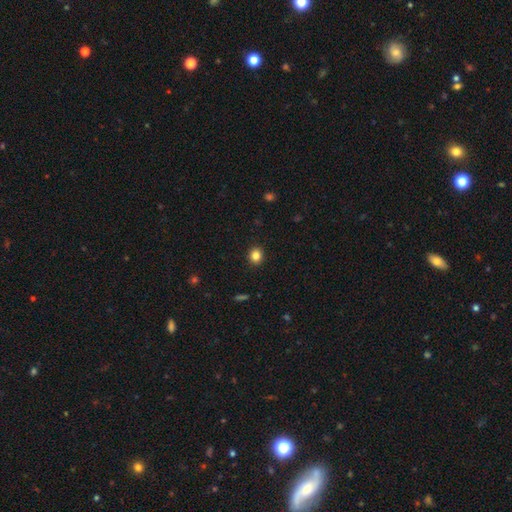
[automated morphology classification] Smooth or featured? Predicted: smooth (p=0.83). How rounded? Predicted: round (p=0.79). Merging? Predicted: none (p=0.92).